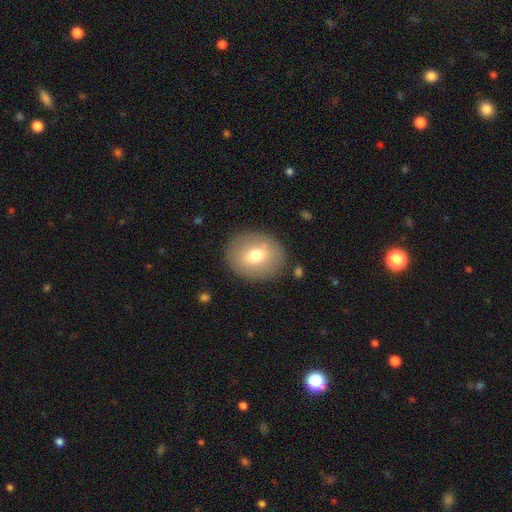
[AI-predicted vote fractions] This is likely a smooth galaxy (67%). How rounded: likely round (67%). Merging: clearly none (87%).